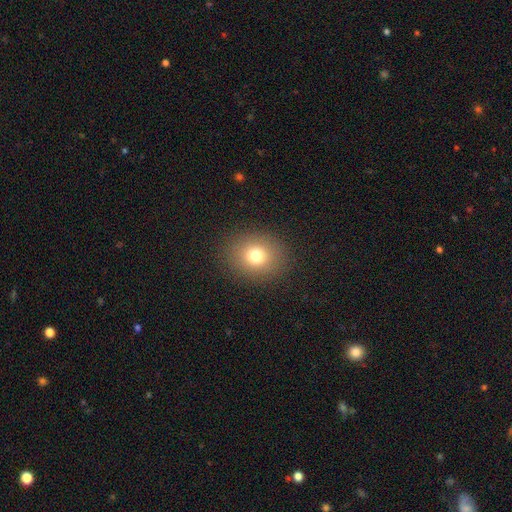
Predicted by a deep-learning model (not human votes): The model was most divided on "how rounded": round: 67%, in between: 32%, cigar-shaped: 1%. More confident: merging — none (89%); smooth or featured — smooth (76%).